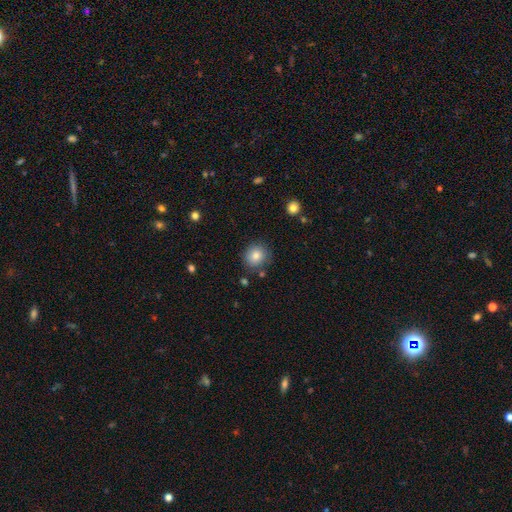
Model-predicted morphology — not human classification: Q: Smooth or featured?
A: smooth (82%); runner-up: star or artifact (10%)
Q: How rounded?
A: round (84%); runner-up: in between (15%)
Q: Merging?
A: none (81%); runner-up: minor disturbance (12%)